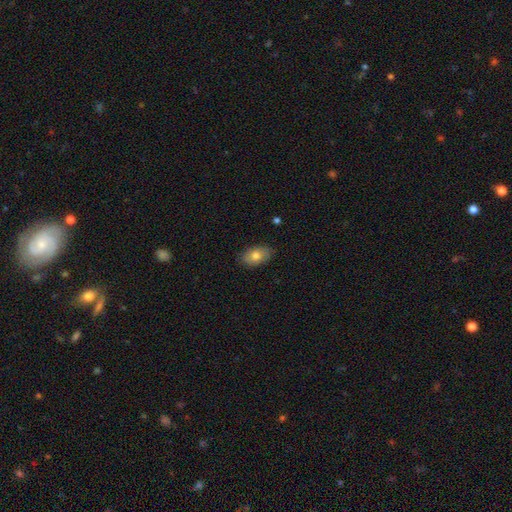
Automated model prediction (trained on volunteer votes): This appears to be a smooth galaxy with no disk features (76%) that is in between round and cigar-shaped (90%). Merging: none (84%).